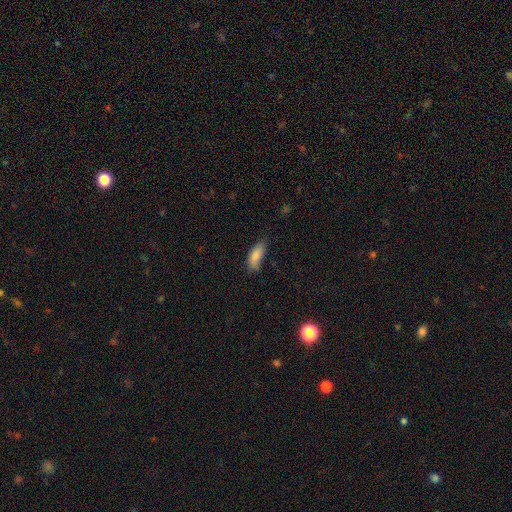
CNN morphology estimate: smooth-or-featured: smooth: 86% | featured or disk: 7% | star or artifact: 7%
  how-rounded: in between: 79% | cigar-shaped: 19% | round: 2%
  merging: none: 64% | minor disturbance: 28% | major disturbance: 6% | merger: 2%